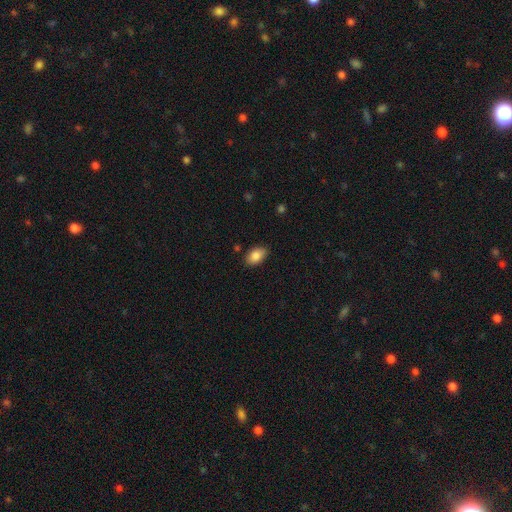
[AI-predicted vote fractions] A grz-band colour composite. It shows a smooth galaxy with no disk features (86%) that is in between round and cigar-shaped (91%). Merging: none (85%).